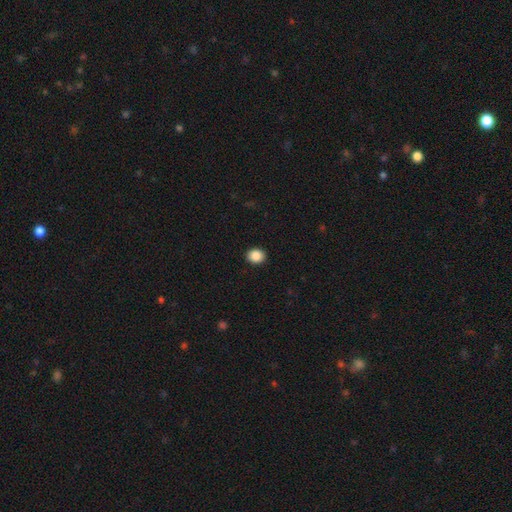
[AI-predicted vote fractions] Overall: smooth (88%). How rounded: round (64%; in between 36%). Merging: none (92%).